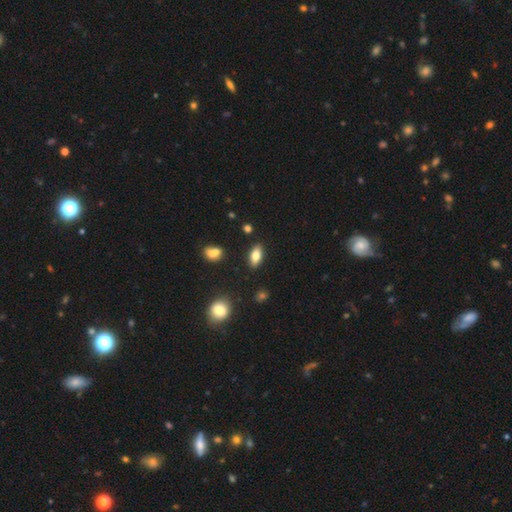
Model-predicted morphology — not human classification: type=smooth (75%); roundness=in between (86%); merging=none (86%).